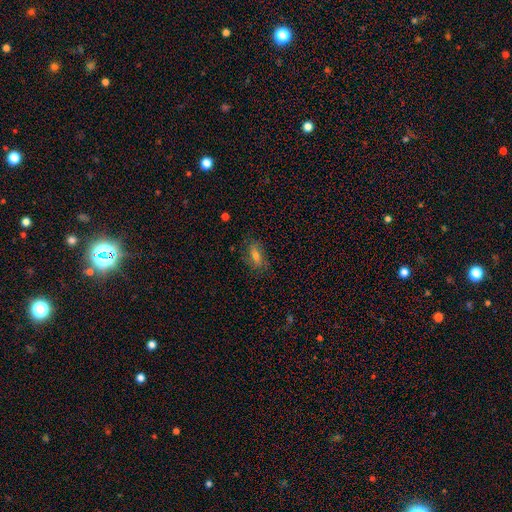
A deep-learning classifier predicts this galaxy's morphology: Smooth or featured?
  - smooth: 55% *
  - featured or disk: 30%
  - star or artifact: 15%
How rounded?
  - in between: 70% *
  - cigar-shaped: 22%
  - round: 8%
Merging?
  - none: 77% *
  - minor disturbance: 16%
  - major disturbance: 5%
  - merger: 1%